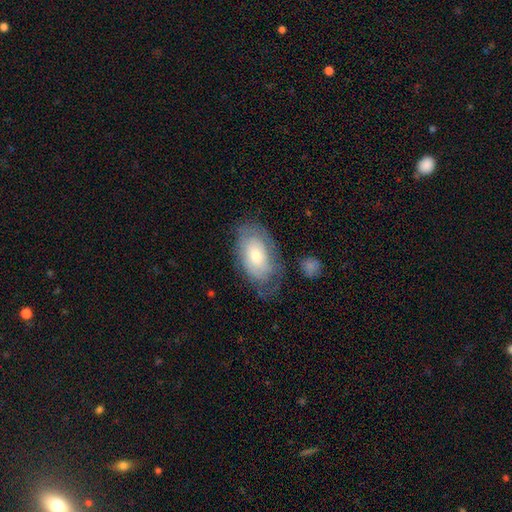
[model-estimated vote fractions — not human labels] Smooth or featured?
  - smooth: 48% *
  - featured or disk: 45%
  - star or artifact: 7%
Merging?
  - none: 63% *
  - minor disturbance: 23%
  - major disturbance: 10%
  - merger: 3%